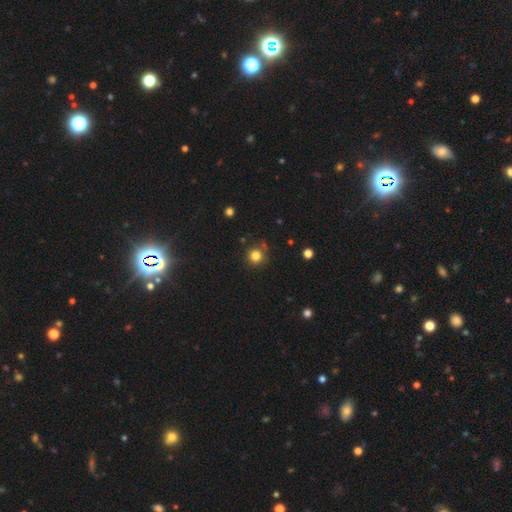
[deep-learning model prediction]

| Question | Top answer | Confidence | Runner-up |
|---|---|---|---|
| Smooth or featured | smooth | 80% | star or artifact (14%) |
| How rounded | round | 92% | in between (7%) |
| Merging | none | 80% | minor disturbance (11%) |